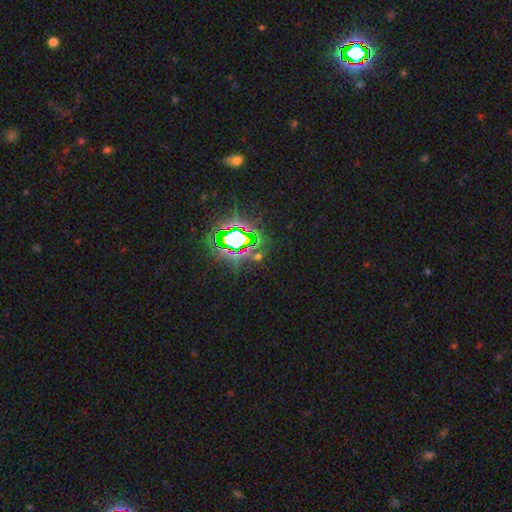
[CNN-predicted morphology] Smooth or featured? Predicted: star or artifact (p=0.77).